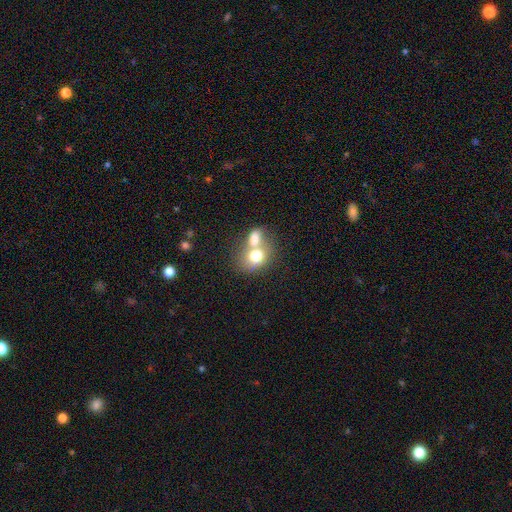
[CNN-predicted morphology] Q: Smooth or featured?
A: smooth (72%); runner-up: featured or disk (19%)
Q: How rounded?
A: in between (49%); tied with: round (49%)
Q: Merging?
A: merger (68%); runner-up: none (21%)